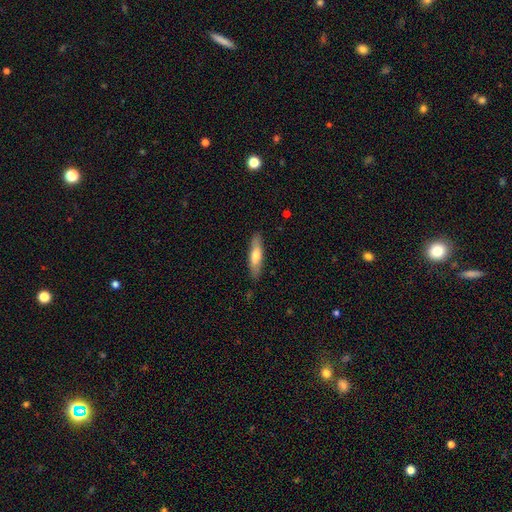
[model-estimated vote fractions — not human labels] smooth 64%, featured or disk 30%, star or artifact 6%. Down the decision tree: how rounded — cigar-shaped (68%); merging — none (85%).